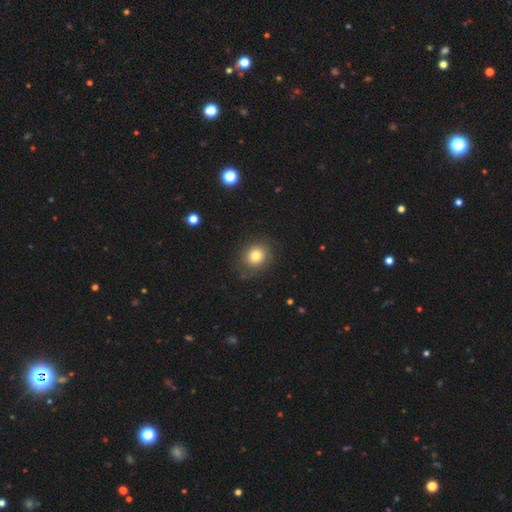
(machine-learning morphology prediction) This appears to be a smooth galaxy with no disk features (79%) that is round (76%). Merging: none (83%).